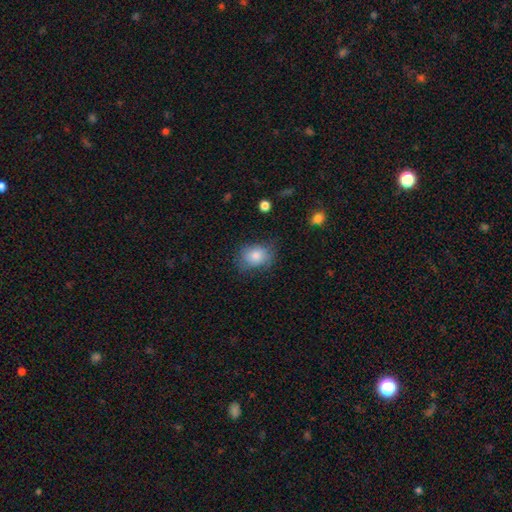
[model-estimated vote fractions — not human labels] A smooth galaxy with no disk features (79%) that is in between round and cigar-shaped (57%).

Vote fractions:
- Smooth or featured? smooth: 79% / featured or disk: 12% / star or artifact: 9%
- How rounded? in between: 57% / round: 41% / cigar-shaped: 1%
- Merging? none: 66% / minor disturbance: 25% / major disturbance: 8% / merger: 1%